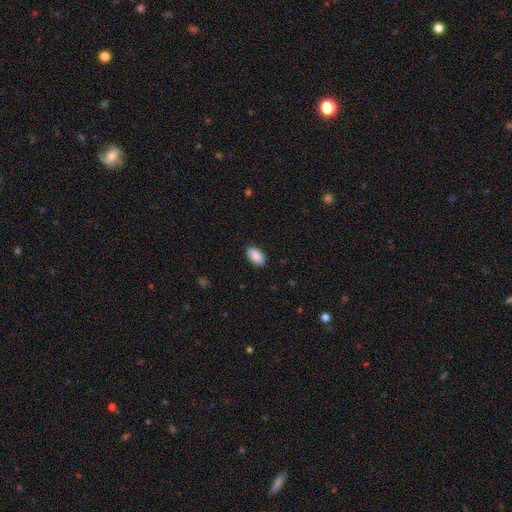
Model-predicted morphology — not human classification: Overall: smooth (90%). How rounded: in between (95%). Merging: none (88%).